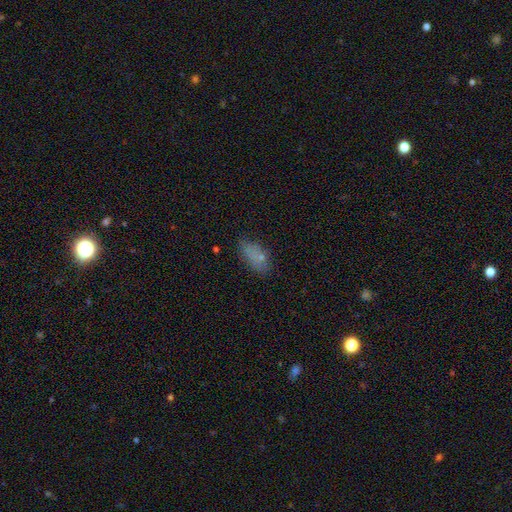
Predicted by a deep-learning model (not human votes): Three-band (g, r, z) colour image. It shows a smooth galaxy with no disk features (73%) that is in between round and cigar-shaped (86%). Merging: none (62%).